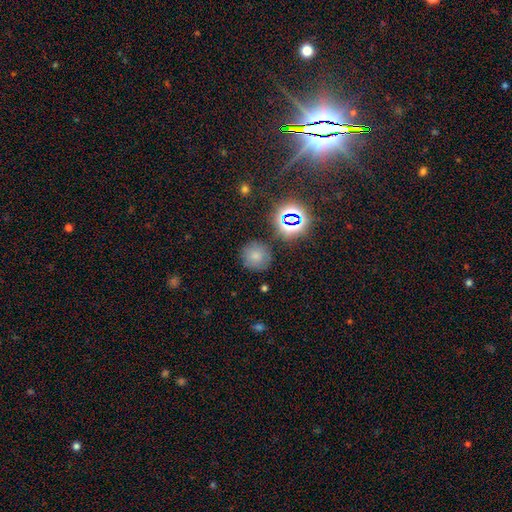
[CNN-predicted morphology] A smooth galaxy with no disk features (71%) that is round (92%).

Vote fractions:
- Smooth or featured? smooth: 71% / star or artifact: 20% / featured or disk: 9%
- How rounded? round: 92% / in between: 7% / cigar-shaped: 1%
- Merging? none: 82% / minor disturbance: 10% / merger: 4% / major disturbance: 4%